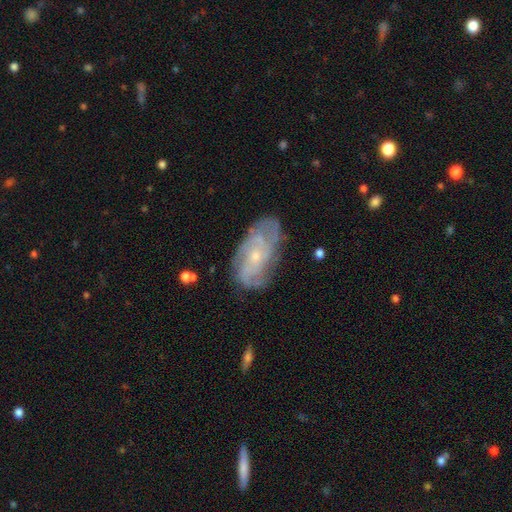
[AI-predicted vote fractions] This appears to be a featured or disk galaxy (78%) with no bar (73%), tight (53%) spiral arms (92%) and a small central bulge (69%). Merging: none (71%).